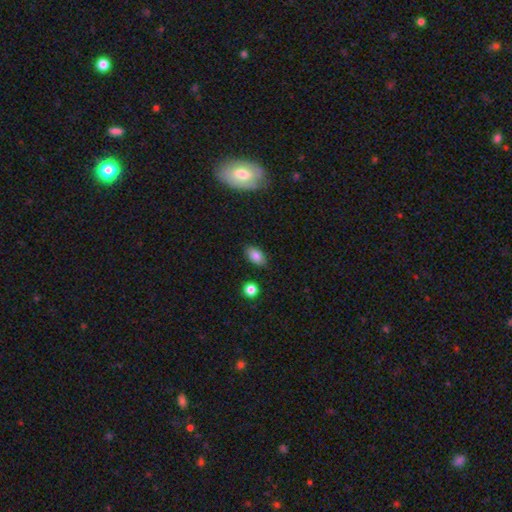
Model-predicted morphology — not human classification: smooth 83%, star or artifact 9%, featured or disk 8%. Down the decision tree: how rounded — in between (90%); merging — none (85%).